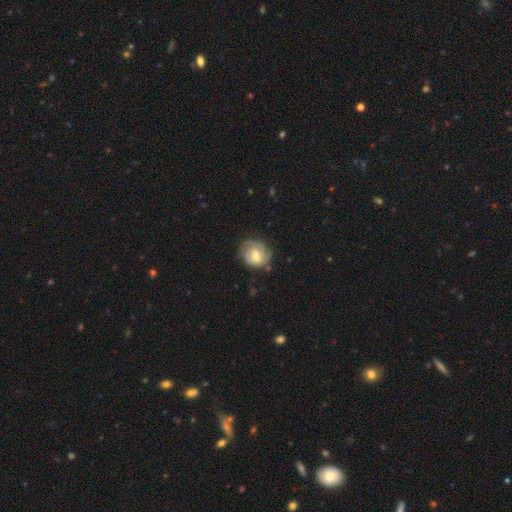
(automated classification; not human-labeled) A featured or disk galaxy (67%) with a weak bar (50%), 2 (44%) tight (62%) spiral arms (88%) and a moderate central bulge (64%).

Vote fractions:
- Smooth or featured? featured or disk: 67% / smooth: 27% / star or artifact: 6%
- Edge-on disk? no: 98% / yes: 2%
- Bar? weak: 50% / no: 37% / strong: 13%
- Spiral arms? yes: 88% / no: 12%
- Spiral winding? tight: 62% / medium: 29% / loose: 9%
- Spiral arm count? 2: 44% / can't tell: 28% / 3: 14% / 1: 10% / 4: 3% / more than 4: 2%
- Bulge size? moderate: 64% / small: 24% / large: 8% / none: 2% / dominant: 1%
- Merging? none: 67% / minor disturbance: 22% / major disturbance: 9% / merger: 2%